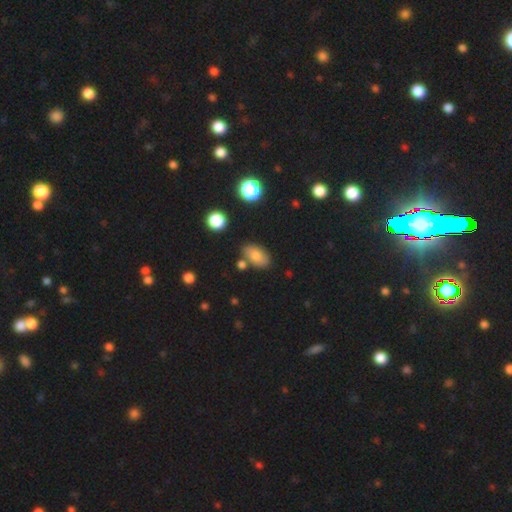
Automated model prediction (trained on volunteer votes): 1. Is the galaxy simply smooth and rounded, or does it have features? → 76% smooth, 13% featured or disk, 11% star or artifact.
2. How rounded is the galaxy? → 89% in between, 8% round, 2% cigar-shaped.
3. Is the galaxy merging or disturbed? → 73% none, 15% minor disturbance, 8% merger, 4% major disturbance.